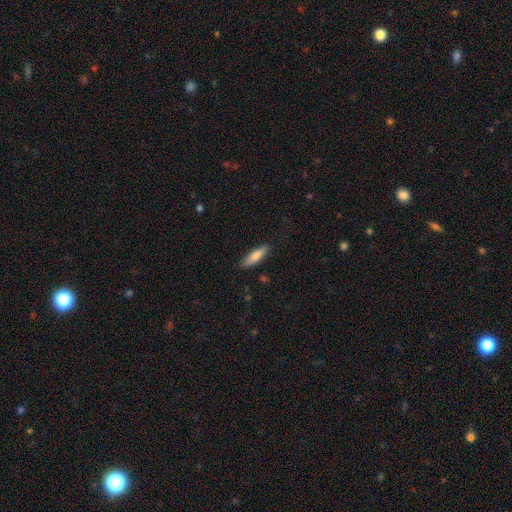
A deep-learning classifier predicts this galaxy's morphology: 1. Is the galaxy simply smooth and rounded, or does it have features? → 71% smooth, 23% featured or disk, 6% star or artifact.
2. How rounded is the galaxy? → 66% cigar-shaped, 32% in between, 2% round.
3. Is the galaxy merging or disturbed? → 86% none, 11% minor disturbance, 2% major disturbance, 1% merger.